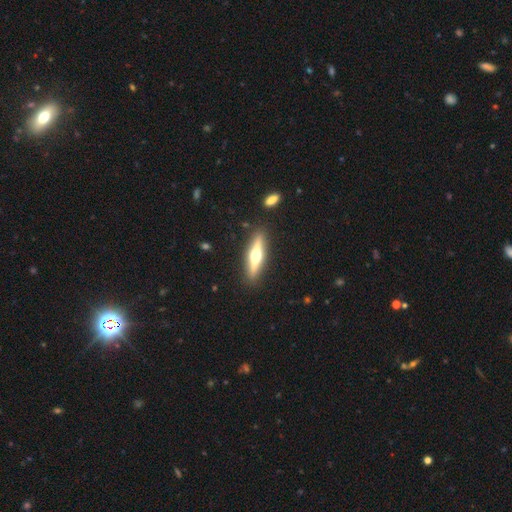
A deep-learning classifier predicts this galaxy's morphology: This appears to be a featured or disk galaxy (68%) viewed edge-on (96%) with a rounded central bulge (96%). Merging: none (89%).